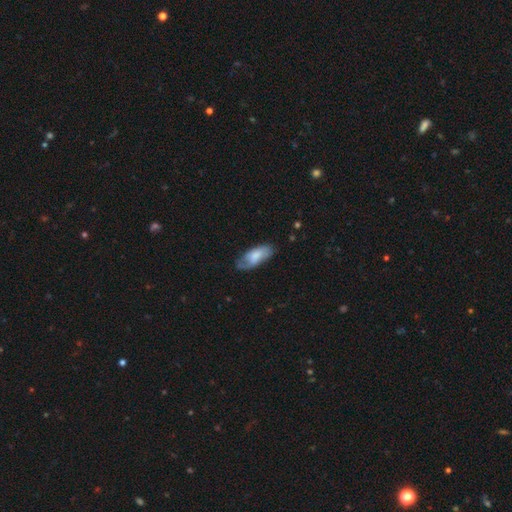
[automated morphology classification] smooth-or-featured: smooth: 62% | featured or disk: 31% | star or artifact: 6%
  how-rounded: in between: 85% | cigar-shaped: 13% | round: 2%
  merging: none: 62% | minor disturbance: 28% | major disturbance: 9% | merger: 2%